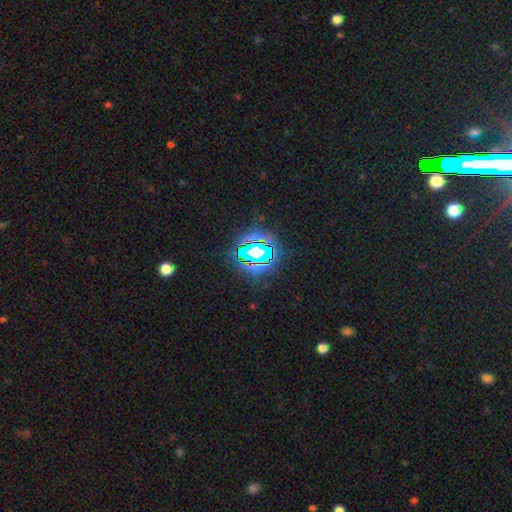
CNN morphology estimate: A star or artifact, not a galaxy (72%).

Vote fractions:
- Smooth or featured? star or artifact: 72% / smooth: 16% / featured or disk: 13%